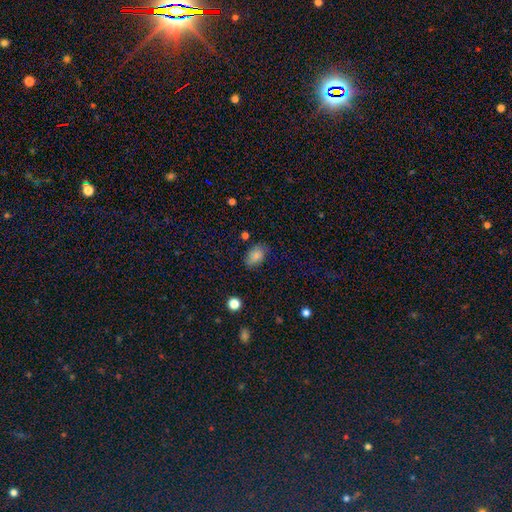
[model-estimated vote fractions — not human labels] smooth-or-featured: smooth: 83% | star or artifact: 10% | featured or disk: 8%
  how-rounded: in between: 88% | round: 11% | cigar-shaped: 2%
  merging: none: 75% | minor disturbance: 18% | major disturbance: 4% | merger: 2%